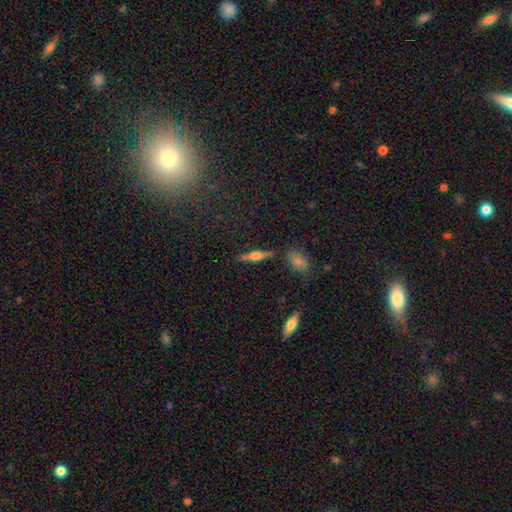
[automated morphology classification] This appears to be a featured or disk galaxy (60%) viewed edge-on (95%) with a rounded central bulge (83%). Merging: none (83%).